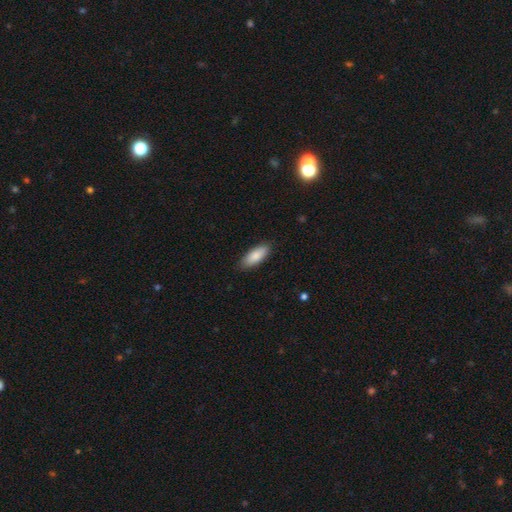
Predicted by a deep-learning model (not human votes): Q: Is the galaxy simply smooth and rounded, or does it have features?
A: smooth — 87%.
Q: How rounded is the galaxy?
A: in between — 76%.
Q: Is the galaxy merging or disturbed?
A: none — 87%.